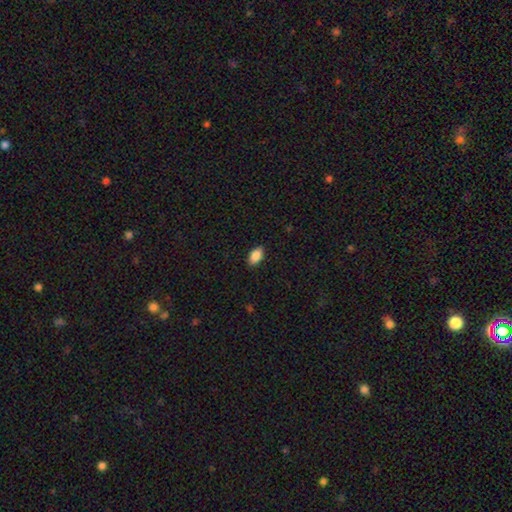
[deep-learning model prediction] Smooth or featured?
  - smooth: 89% *
  - star or artifact: 8%
  - featured or disk: 4%
How rounded?
  - in between: 93% *
  - round: 4%
  - cigar-shaped: 3%
Merging?
  - none: 89% *
  - minor disturbance: 8%
  - major disturbance: 2%
  - merger: 1%